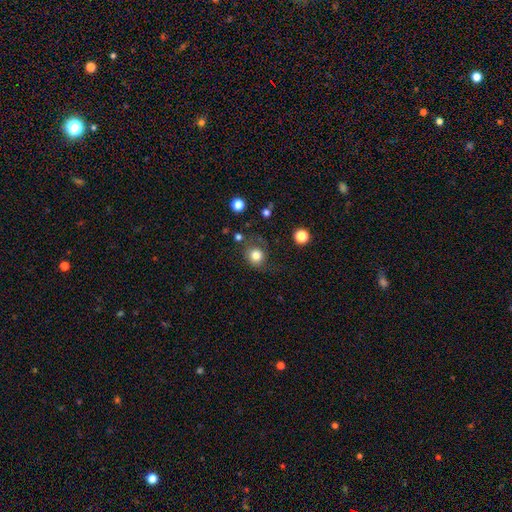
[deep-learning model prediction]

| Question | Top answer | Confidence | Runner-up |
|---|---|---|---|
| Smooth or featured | smooth | 81% | star or artifact (11%) |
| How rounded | round | 84% | in between (15%) |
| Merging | none | 69% | minor disturbance (18%) |